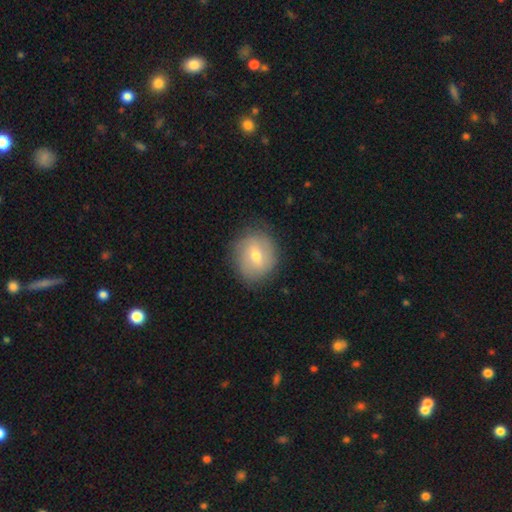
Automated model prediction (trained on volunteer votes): A smooth galaxy with no disk features (58%) that is round (79%). Merging: none (81%).